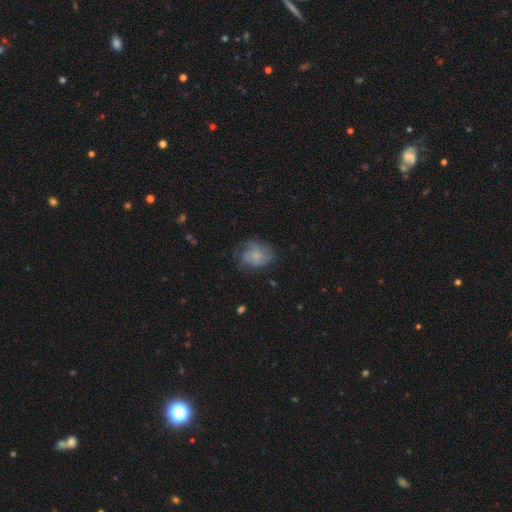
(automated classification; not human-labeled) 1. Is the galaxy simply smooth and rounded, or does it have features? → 51% smooth, 40% featured or disk, 10% star or artifact.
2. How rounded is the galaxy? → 55% round, 43% in between, 1% cigar-shaped.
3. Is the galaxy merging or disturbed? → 55% none, 26% minor disturbance, 17% major disturbance, 2% merger.